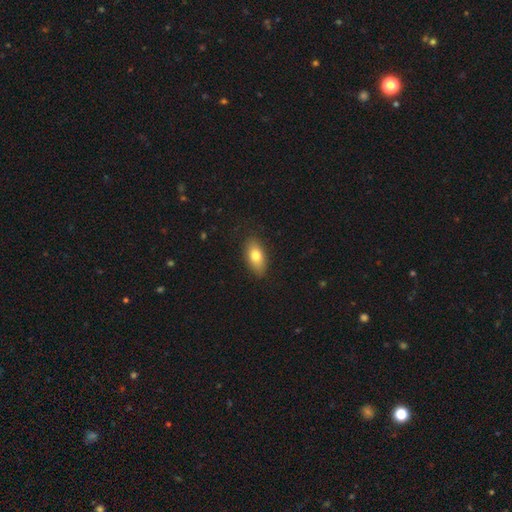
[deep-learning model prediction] smooth 77%, featured or disk 15%, star or artifact 7%. Down the decision tree: how rounded — in between (88%); merging — none (84%).